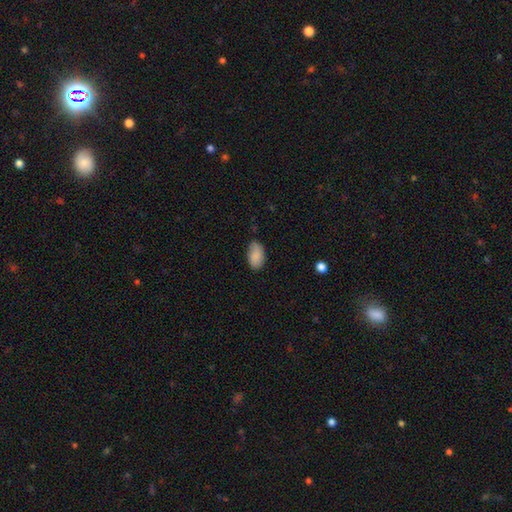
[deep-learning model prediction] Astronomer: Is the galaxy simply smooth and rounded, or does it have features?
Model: smooth — 86%.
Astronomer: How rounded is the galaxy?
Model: in between — 93%.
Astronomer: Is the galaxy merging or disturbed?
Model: none — 72%.